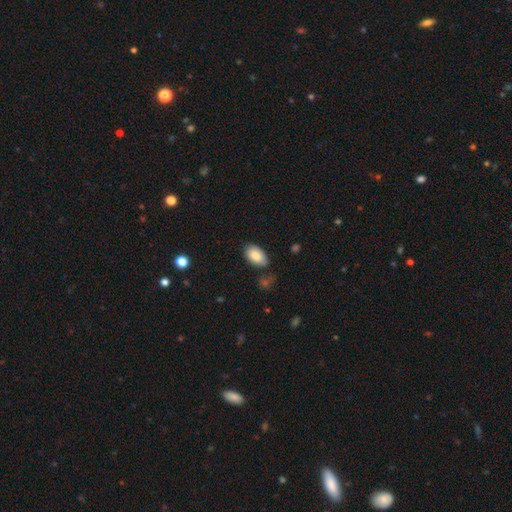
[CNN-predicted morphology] Q: Smooth or featured?
A: smooth (85%); runner-up: featured or disk (9%)
Q: How rounded?
A: in between (94%); runner-up: round (5%)
Q: Merging?
A: none (76%); runner-up: minor disturbance (16%)